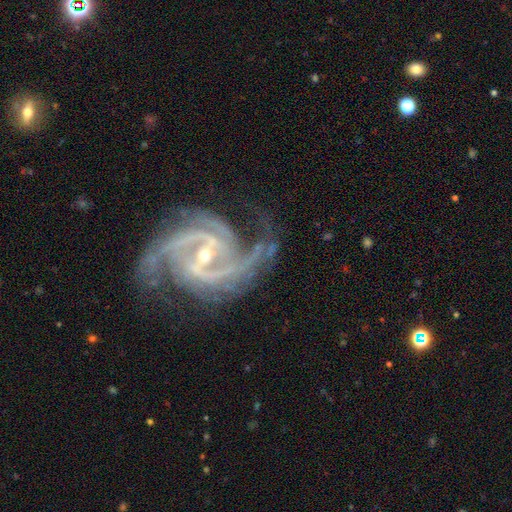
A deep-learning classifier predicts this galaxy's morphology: Smooth or featured: featured or disk — 93% (star or artifact — 5%)
Edge-on disk: no — 98% (yes — 2%)
Bar: strong — 48% (weak — 36%)
Spiral arms: yes — 99% (no — 1%)
Spiral winding: medium — 58% (tight — 29%)
Spiral arm count: 2 — 49% (3 — 26%)
Bulge size: small — 67% (moderate — 30%)
Merging: none — 68% (minor disturbance — 19%)